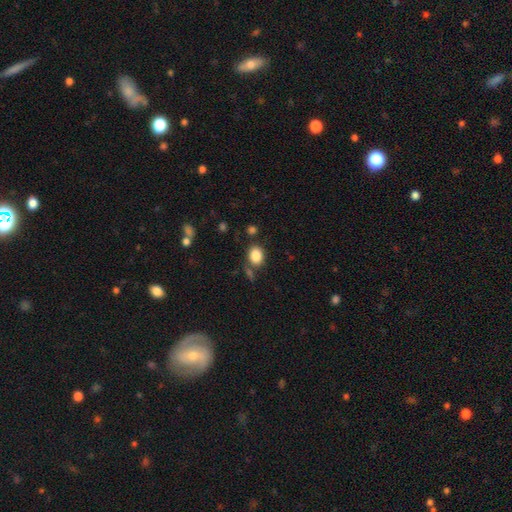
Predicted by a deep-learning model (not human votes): Q: Smooth or featured?
A: smooth (85%); runner-up: star or artifact (9%)
Q: How rounded?
A: in between (59%); runner-up: round (40%)
Q: Merging?
A: none (72%); runner-up: minor disturbance (14%)